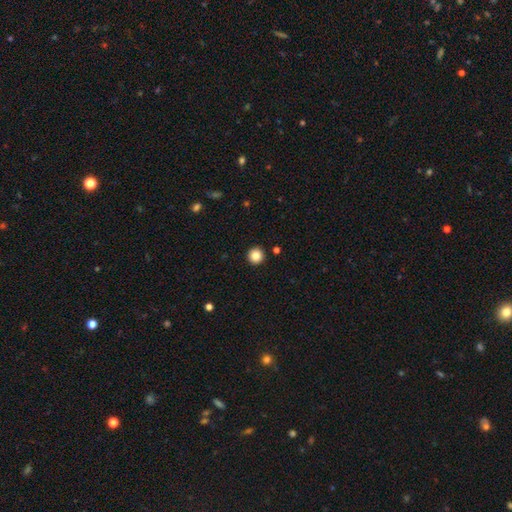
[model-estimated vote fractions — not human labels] Smooth or featured: smooth — 84% (star or artifact — 10%)
How rounded: round — 96% (in between — 3%)
Merging: none — 93% (minor disturbance — 4%)